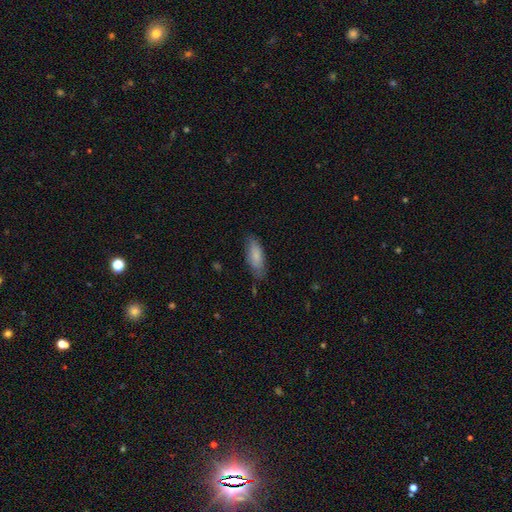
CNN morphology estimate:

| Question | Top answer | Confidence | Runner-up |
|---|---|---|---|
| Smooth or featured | smooth | 83% | featured or disk (11%) |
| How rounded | in between | 69% | cigar-shaped (30%) |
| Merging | none | 74% | minor disturbance (21%) |